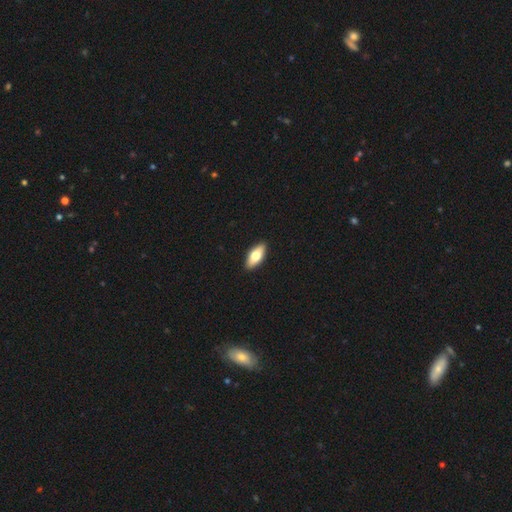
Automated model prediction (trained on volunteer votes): The model was most divided on "smooth or featured": smooth: 69%, featured or disk: 26%, star or artifact: 6%. More confident: merging — none (91%); how rounded — in between (80%).